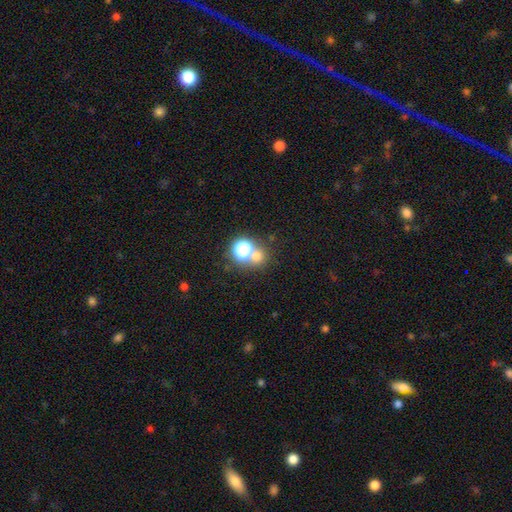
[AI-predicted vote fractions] A smooth galaxy with no disk features (62%) that is round (85%). Merging: none (56%).